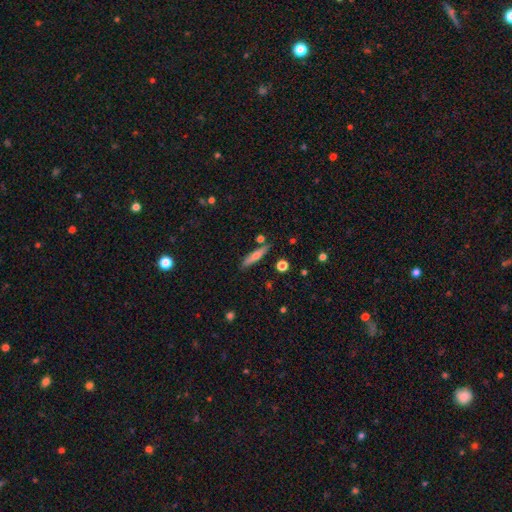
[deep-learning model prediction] smooth_or_featured: smooth (p=0.56) [alt: featured or disk p=0.36]
how_rounded: cigar-shaped (p=0.84) [alt: in between p=0.14]
merging: none (p=0.82) [alt: minor disturbance p=0.11]